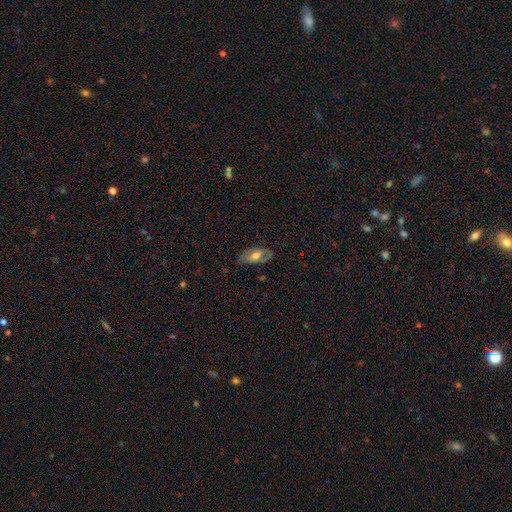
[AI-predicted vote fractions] This appears to be a smooth galaxy with no disk features (53%) that is in between round and cigar-shaped (91%). Merging: none (74%).